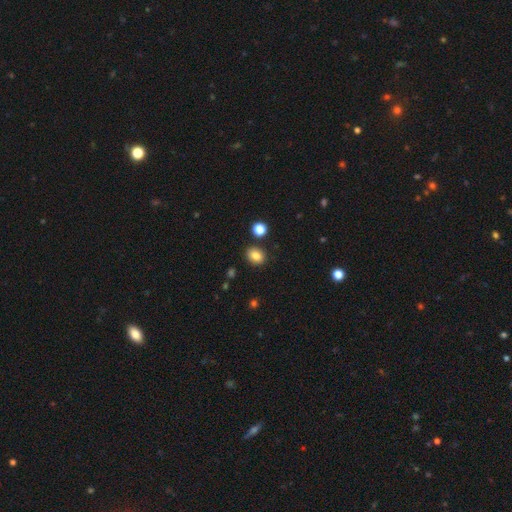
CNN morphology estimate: A smooth galaxy with no disk features (82%) that is round (52%).

Vote fractions:
- Smooth or featured? smooth: 82% / star or artifact: 11% / featured or disk: 7%
- How rounded? round: 52% / in between: 47% / cigar-shaped: 1%
- Merging? none: 86% / minor disturbance: 8% / merger: 4% / major disturbance: 2%